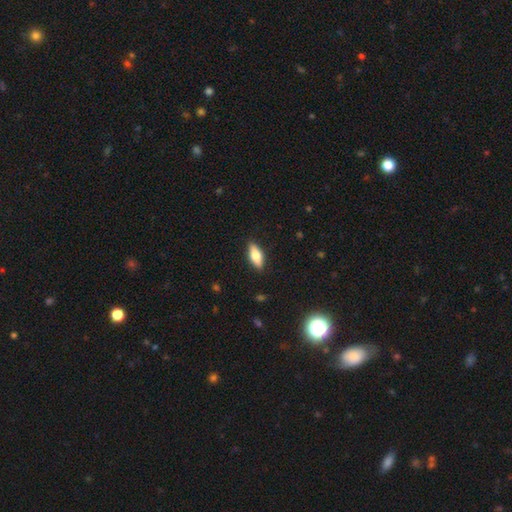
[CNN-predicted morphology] smooth-or-featured: smooth: 62% | featured or disk: 31% | star or artifact: 7%
  how-rounded: in between: 72% | cigar-shaped: 25% | round: 3%
  merging: none: 88% | minor disturbance: 9% | major disturbance: 2% | merger: 1%